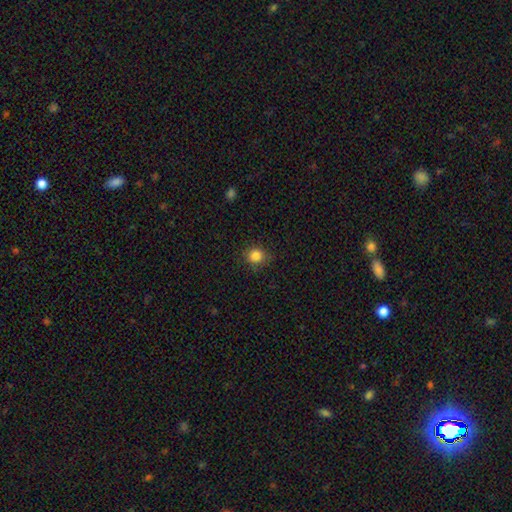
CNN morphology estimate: type=smooth (85%); roundness=round (84%); merging=none (85%).